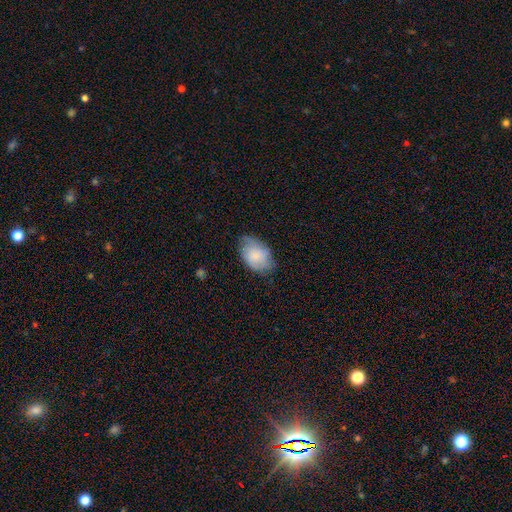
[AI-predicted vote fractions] The model was most divided on "merging": none: 66%, minor disturbance: 27%, major disturbance: 7%, merger: 1%. More confident: how rounded — in between (89%); smooth or featured — smooth (67%).